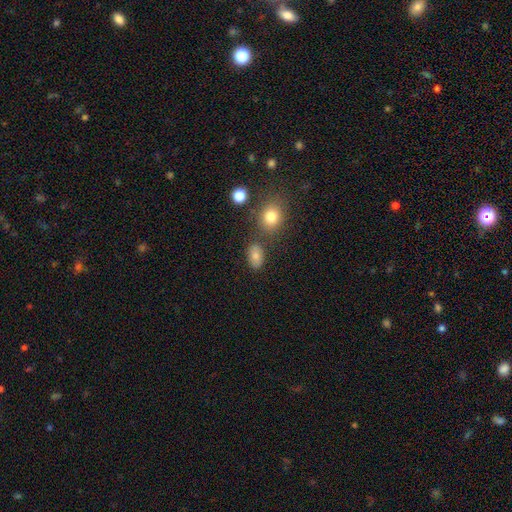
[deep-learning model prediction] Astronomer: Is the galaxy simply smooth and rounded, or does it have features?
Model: smooth — 79%.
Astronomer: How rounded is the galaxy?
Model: in between — 82%.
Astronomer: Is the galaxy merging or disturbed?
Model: none — 75%.